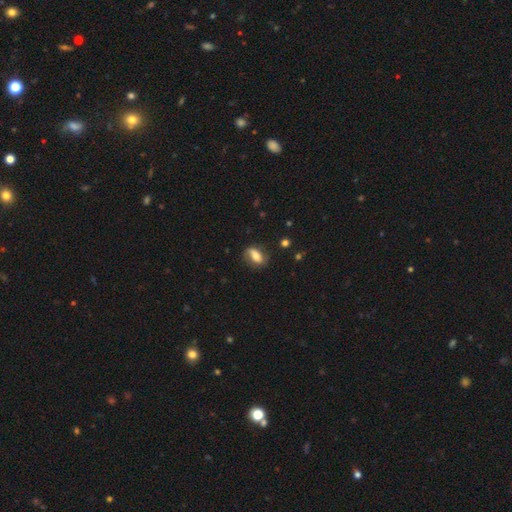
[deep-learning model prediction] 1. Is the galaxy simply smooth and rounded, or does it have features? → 55% smooth, 37% featured or disk, 8% star or artifact.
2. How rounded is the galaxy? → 83% in between, 10% round, 7% cigar-shaped.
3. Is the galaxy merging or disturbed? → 70% none, 21% minor disturbance, 8% major disturbance, 2% merger.